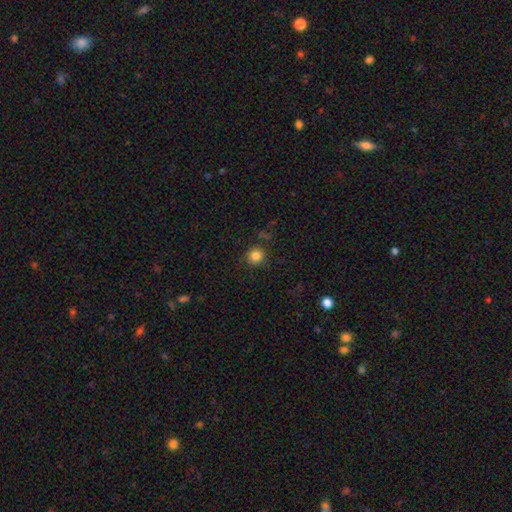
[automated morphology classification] smooth 84%, star or artifact 12%, featured or disk 4%. Down the decision tree: how rounded — round (93%); merging — none (86%).